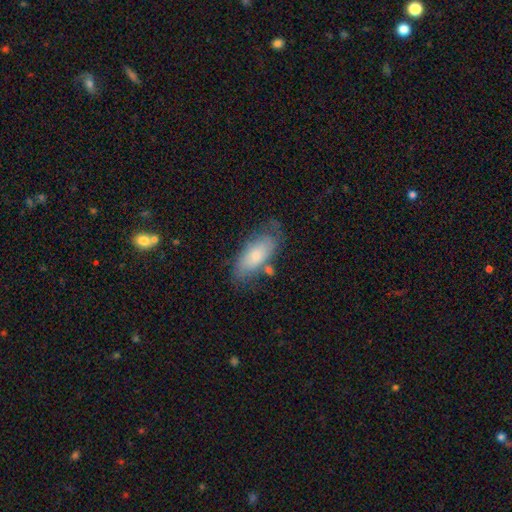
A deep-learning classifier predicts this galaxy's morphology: This appears to be a smooth galaxy with no disk features (65%) that is in between round and cigar-shaped (83%). Merging: none (58%).